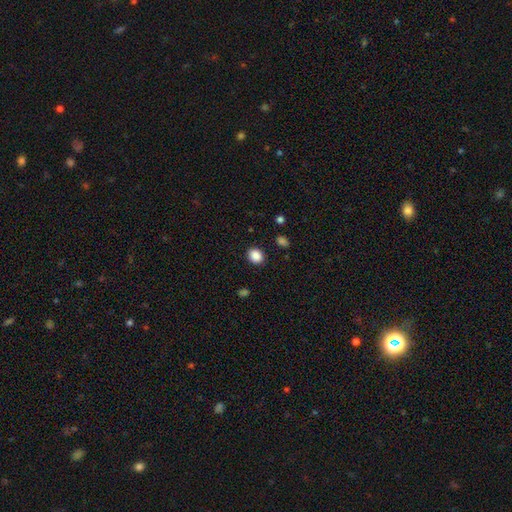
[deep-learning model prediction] Overall: smooth (88%). How rounded: round (61%; in between 38%). Merging: none (88%).